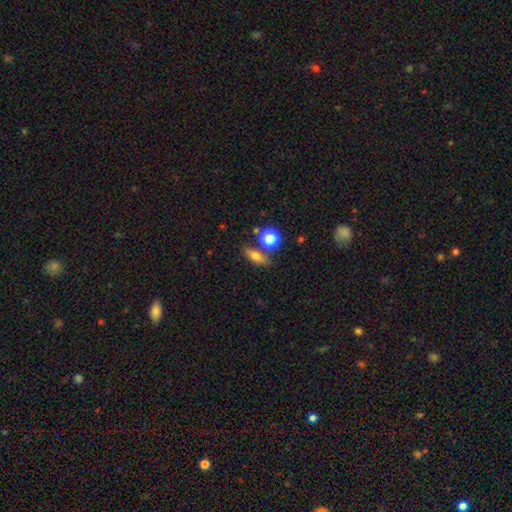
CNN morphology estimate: Smooth or featured?
  - smooth: 69% *
  - featured or disk: 18%
  - star or artifact: 14%
How rounded?
  - in between: 55% *
  - cigar-shaped: 25%
  - round: 20%
Merging?
  - none: 72% *
  - minor disturbance: 13%
  - merger: 11%
  - major disturbance: 4%